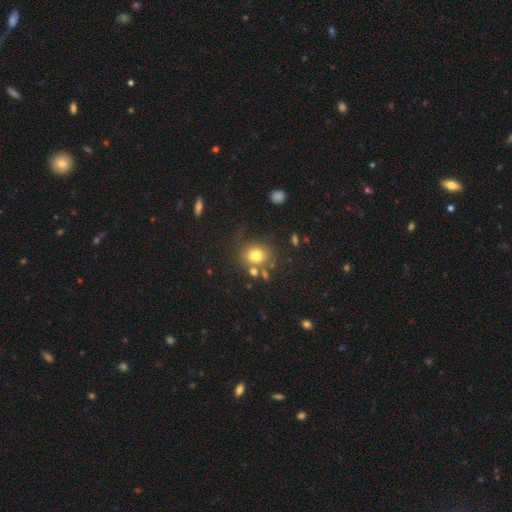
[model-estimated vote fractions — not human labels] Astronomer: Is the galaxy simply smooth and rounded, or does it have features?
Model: smooth — 75%.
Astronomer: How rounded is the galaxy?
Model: round — 74%.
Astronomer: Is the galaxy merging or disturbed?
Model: none — 71%.